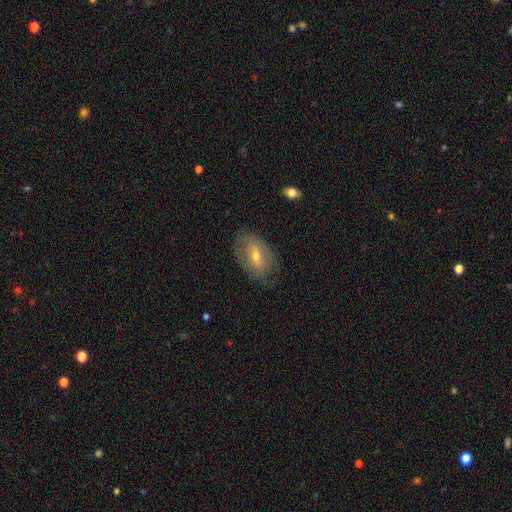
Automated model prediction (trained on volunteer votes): This appears to be a featured or disk galaxy (52%). Merging: none (74%).